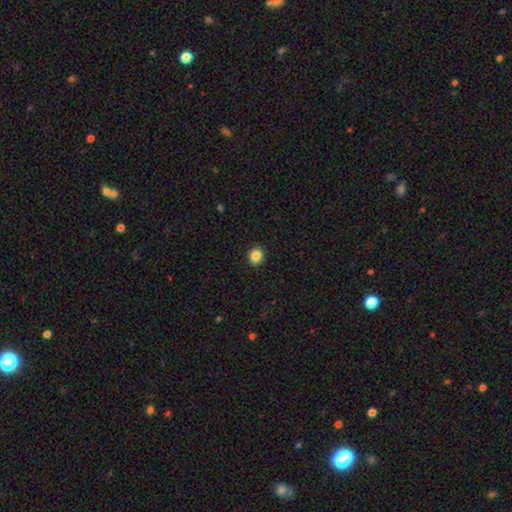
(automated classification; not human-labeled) Smooth or featured? smooth (85%)
How rounded? round (82%)
Merging? none (93%)